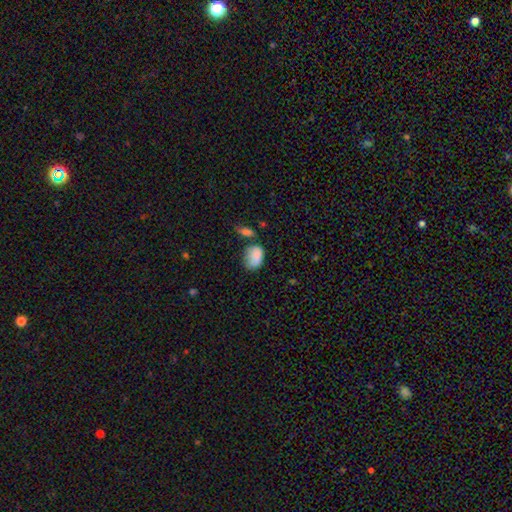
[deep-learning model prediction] smooth 84%, star or artifact 9%, featured or disk 8%. Down the decision tree: how rounded — in between (82%); merging — none (46%).